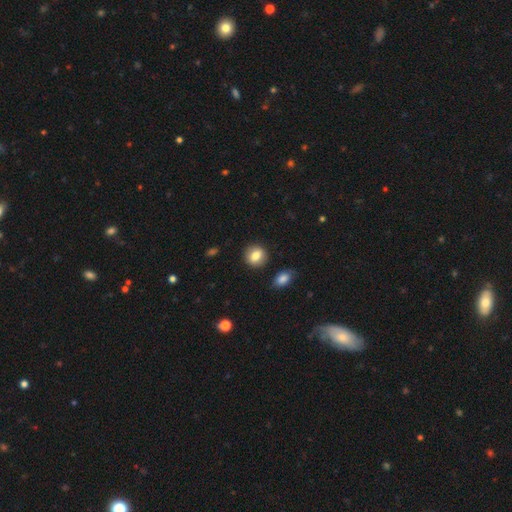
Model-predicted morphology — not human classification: smooth_or_featured: smooth (p=0.80) [alt: featured or disk p=0.12]
how_rounded: round (p=0.79) [alt: in between p=0.20]
merging: none (p=0.88) [alt: minor disturbance p=0.07]